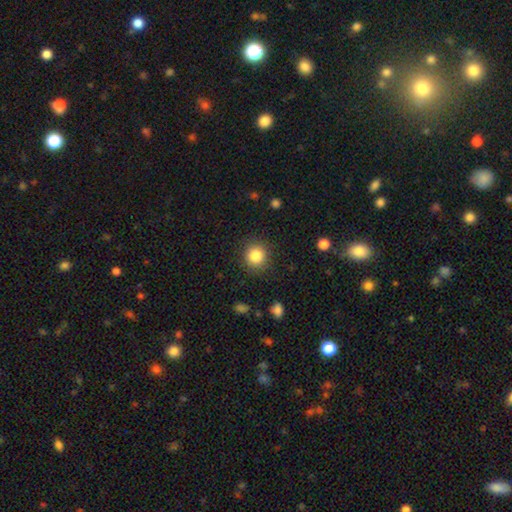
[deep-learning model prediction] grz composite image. It shows a smooth galaxy with no disk features (84%) that is round (92%). Merging: none (88%).